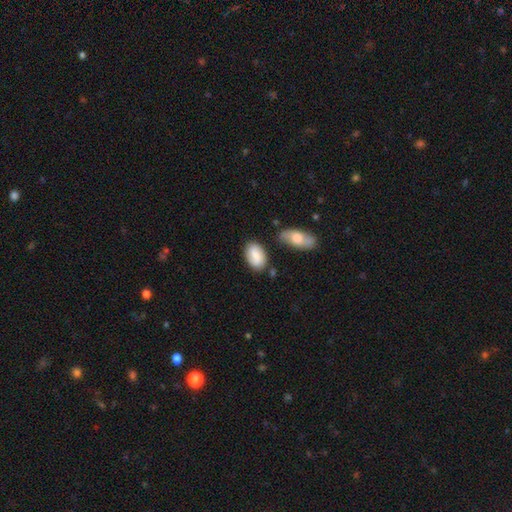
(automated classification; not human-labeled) This is clearly a smooth galaxy (80%). How rounded: clearly in between (91%). Merging: likely none (74%).